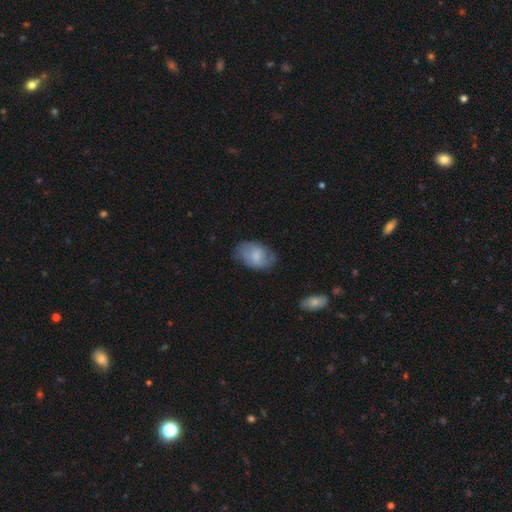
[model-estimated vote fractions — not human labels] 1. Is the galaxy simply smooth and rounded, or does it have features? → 65% smooth, 28% featured or disk, 7% star or artifact.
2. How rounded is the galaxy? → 88% in between, 11% round, 1% cigar-shaped.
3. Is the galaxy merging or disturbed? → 62% none, 27% minor disturbance, 9% major disturbance, 2% merger.